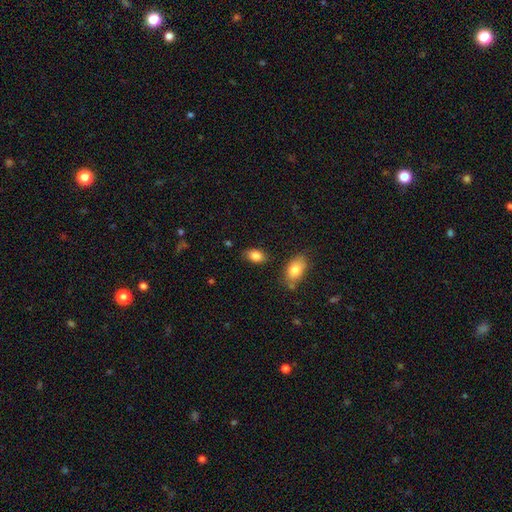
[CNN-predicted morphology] Smooth or featured? Predicted: smooth (p=0.85). How rounded? Predicted: in between (p=0.90). Merging? Predicted: none (p=0.79).